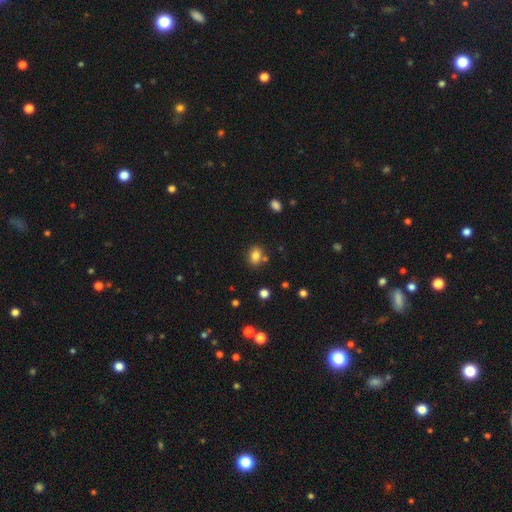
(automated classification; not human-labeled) The model was most divided on "how rounded": in between: 69%, round: 30%, cigar-shaped: 1%. More confident: smooth or featured — smooth (81%); merging — none (74%).